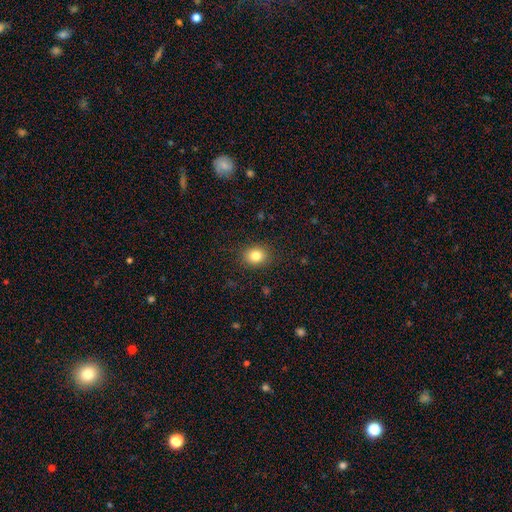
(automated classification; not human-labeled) smooth 82%, star or artifact 11%, featured or disk 7%. Down the decision tree: how rounded — round (66%); merging — none (89%).